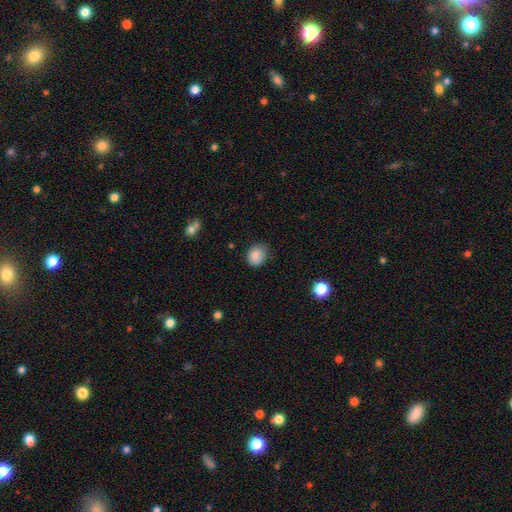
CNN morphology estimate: smooth_or_featured: smooth (p=0.86) [alt: star or artifact p=0.09]
how_rounded: round (p=0.61) [alt: in between p=0.38]
merging: none (p=0.73) [alt: minor disturbance p=0.22]